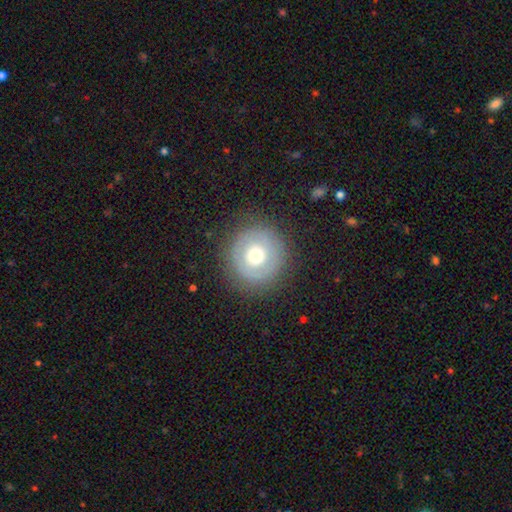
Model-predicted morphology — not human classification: Smooth or featured: smooth — 55% (featured or disk — 35%)
How rounded: round — 94% (in between — 5%)
Merging: none — 83% (minor disturbance — 10%)